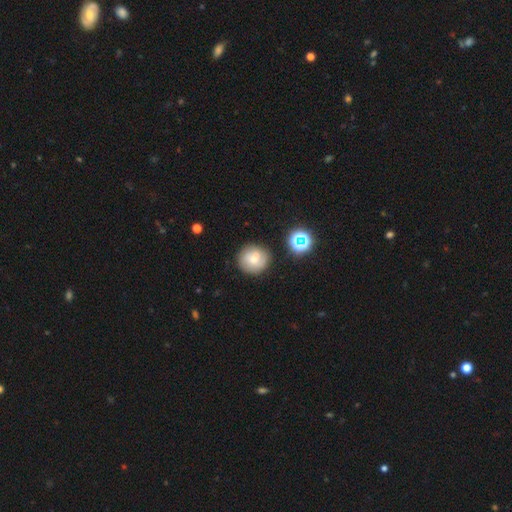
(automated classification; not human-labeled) Smooth or featured? Predicted: smooth (p=0.61). How rounded? Predicted: round (p=0.89). Merging? Predicted: none (p=0.68).